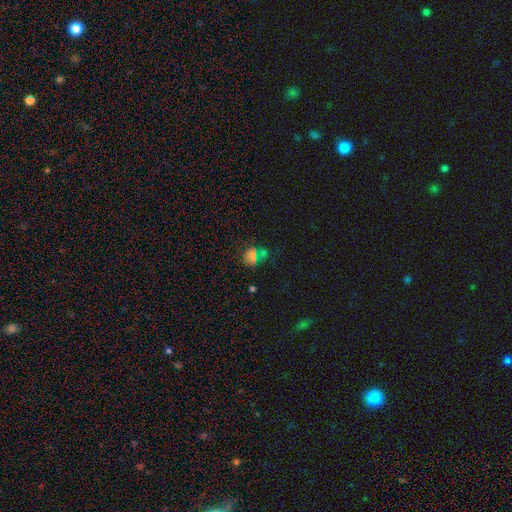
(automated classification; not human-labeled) Morphology: type=smooth (59%); roundness=round (61%); merging=none (56%).